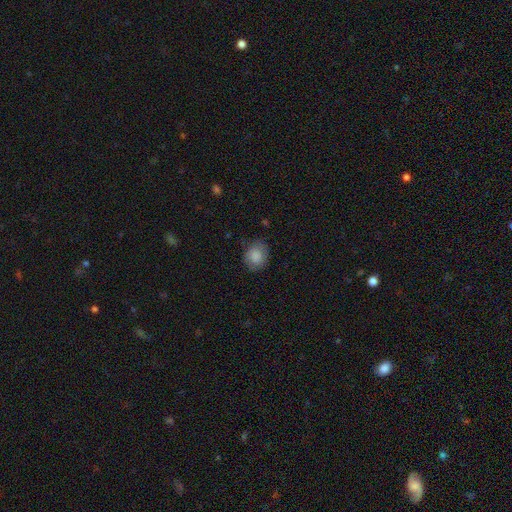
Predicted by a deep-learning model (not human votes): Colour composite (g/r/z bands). It shows a smooth galaxy with no disk features (83%) that is round (64%). Merging: none (74%).